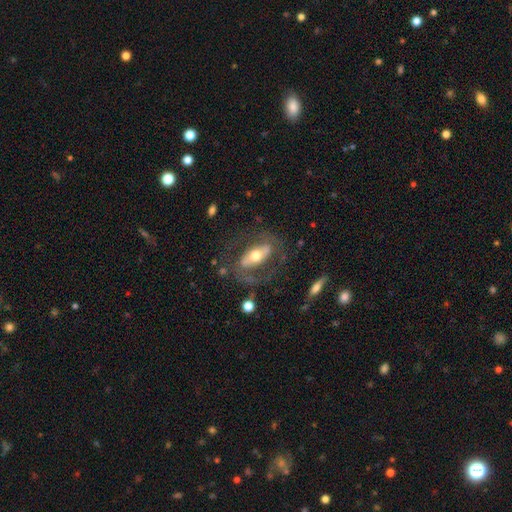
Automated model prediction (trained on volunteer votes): Smooth or featured? featured or disk (69%)
Edge-on disk? no (84%)
Bar? strong (49%)
Spiral arms? yes (58%)
Bulge size? moderate (66%)
Merging? none (64%)